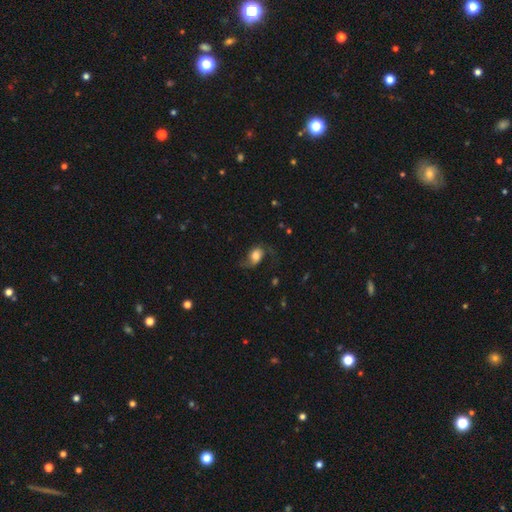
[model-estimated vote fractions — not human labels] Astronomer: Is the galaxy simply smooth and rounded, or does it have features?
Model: featured or disk — 46% (runner-up: smooth, 45%).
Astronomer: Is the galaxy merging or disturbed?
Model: none — 59%.